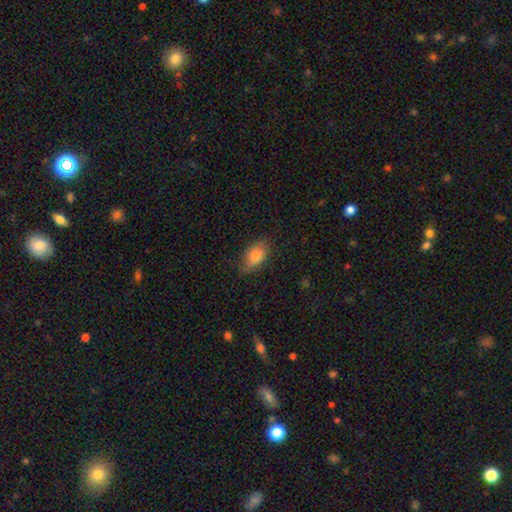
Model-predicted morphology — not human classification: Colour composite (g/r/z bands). It shows a smooth galaxy with no disk features (78%) that is in between round and cigar-shaped (89%). Merging: none (77%).